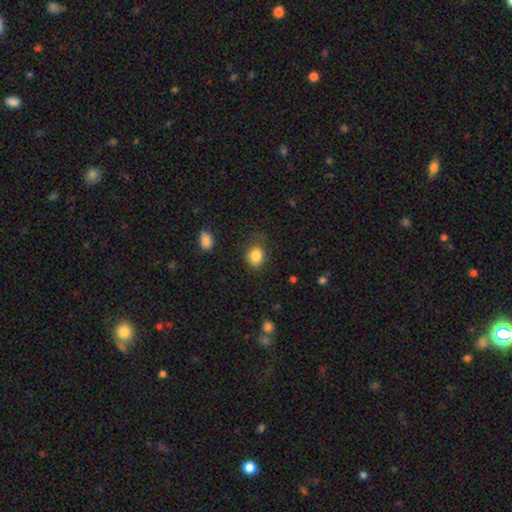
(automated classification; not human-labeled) Q: Smooth or featured?
A: smooth (85%); runner-up: star or artifact (10%)
Q: How rounded?
A: round (59%); runner-up: in between (40%)
Q: Merging?
A: none (71%); runner-up: minor disturbance (19%)